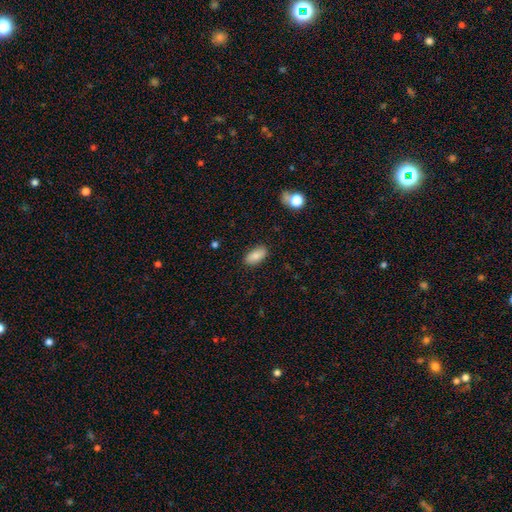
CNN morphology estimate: Smooth or featured: smooth — 82% (featured or disk — 10%)
How rounded: in between — 92% (cigar-shaped — 5%)
Merging: none — 85% (minor disturbance — 11%)